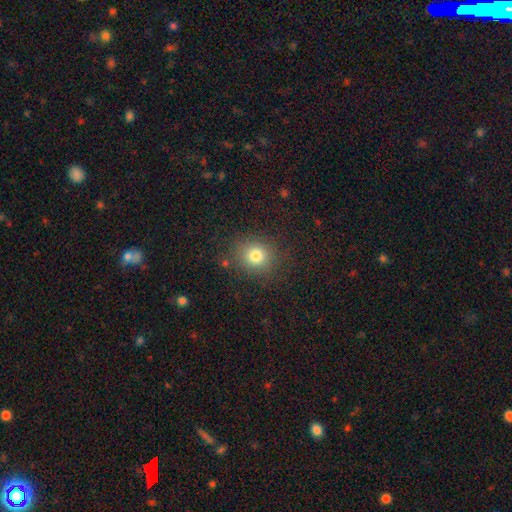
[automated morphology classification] type=smooth (79%); roundness=round (81%); merging=none (84%).